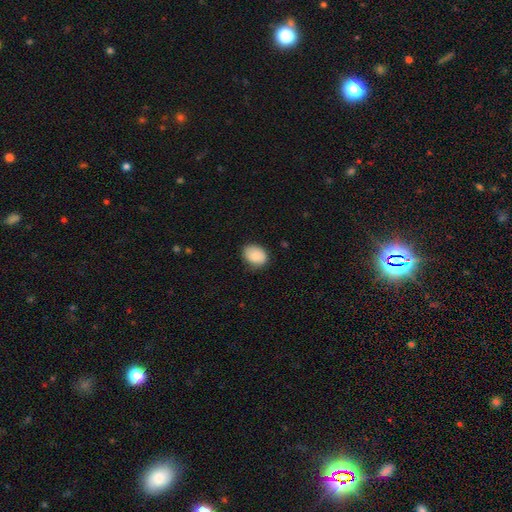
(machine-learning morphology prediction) Smooth or featured? smooth (87%)
How rounded? in between (62%)
Merging? none (79%)